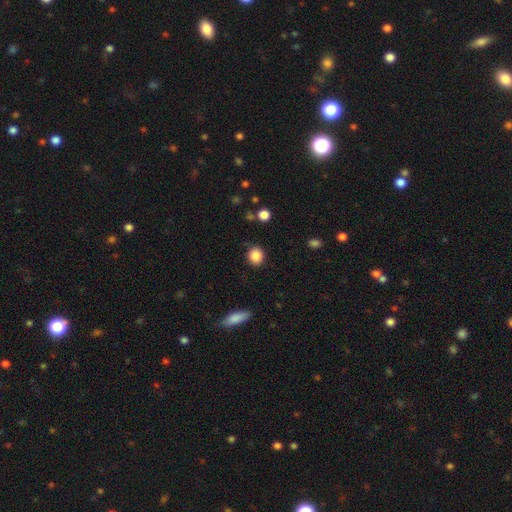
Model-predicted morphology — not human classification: This appears to be a smooth galaxy with no disk features (87%) that is round (78%). Merging: none (86%).